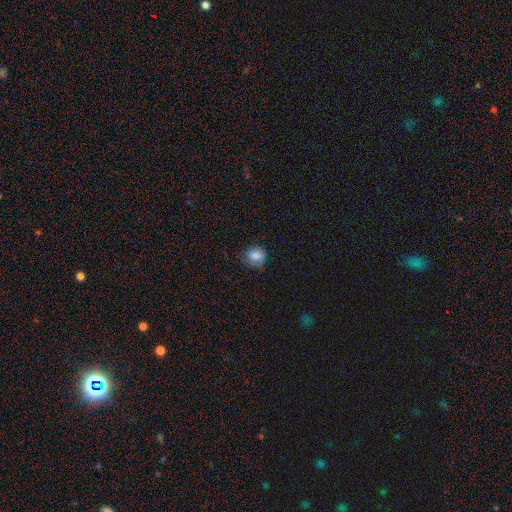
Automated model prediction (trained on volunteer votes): Smooth or featured? Predicted: smooth (p=0.81). How rounded? Predicted: round (p=0.54). Merging? Predicted: none (p=0.64).